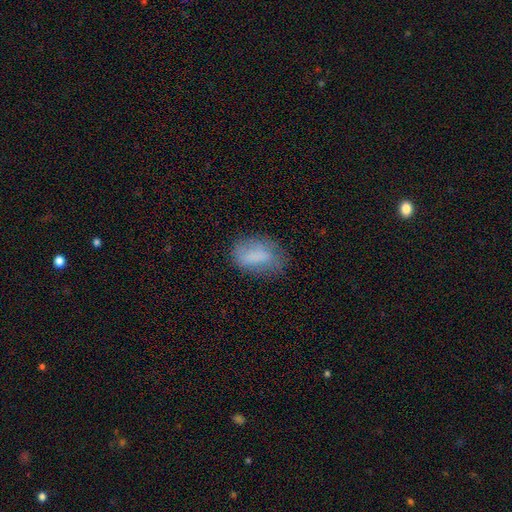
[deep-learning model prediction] Q: Smooth or featured?
A: smooth (72%); runner-up: featured or disk (18%)
Q: How rounded?
A: in between (87%); runner-up: round (10%)
Q: Merging?
A: none (57%); runner-up: minor disturbance (27%)